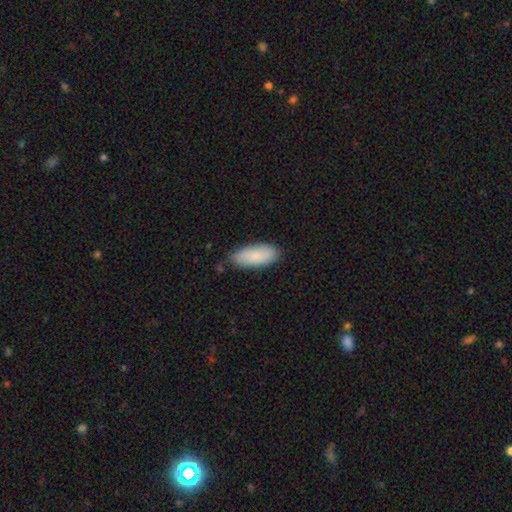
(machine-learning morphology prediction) type=smooth (86%); roundness=in between (81%); merging=none (79%).